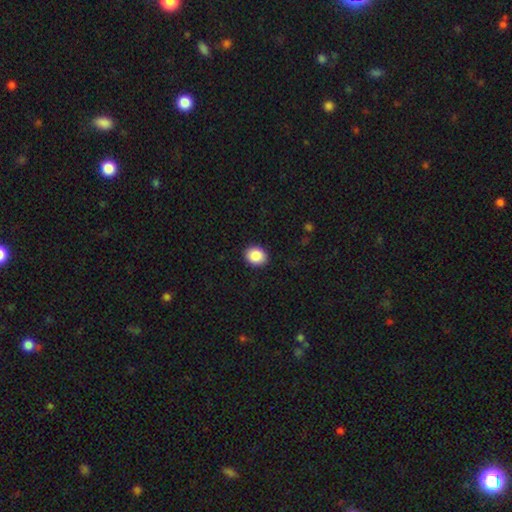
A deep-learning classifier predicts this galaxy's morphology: A smooth galaxy with no disk features (89%) that is round (61%).

Vote fractions:
- Smooth or featured? smooth: 89% / star or artifact: 8% / featured or disk: 3%
- How rounded? round: 61% / in between: 39% / cigar-shaped: 1%
- Merging? none: 91% / minor disturbance: 6% / major disturbance: 2% / merger: 1%